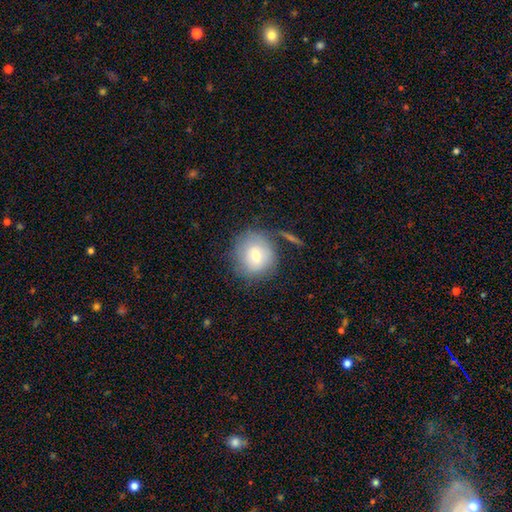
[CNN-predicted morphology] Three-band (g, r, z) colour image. It shows a smooth galaxy with no disk features (70%) that is round (87%). Merging: none (70%).